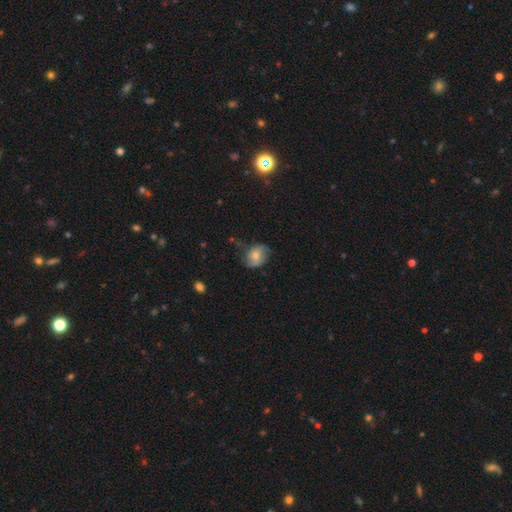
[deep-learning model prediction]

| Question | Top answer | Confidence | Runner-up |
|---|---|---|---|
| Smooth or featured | smooth | 49% | featured or disk (43%) |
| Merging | none | 59% | minor disturbance (28%) |